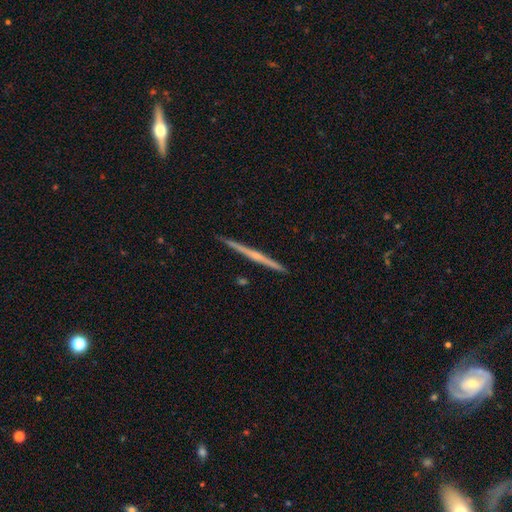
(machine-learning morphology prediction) Smooth or featured? Predicted: featured or disk (p=0.75). Edge-on disk? Predicted: yes (p=0.98). Edge-on bulge? Predicted: rounded (p=0.48). Merging? Predicted: none (p=0.93).